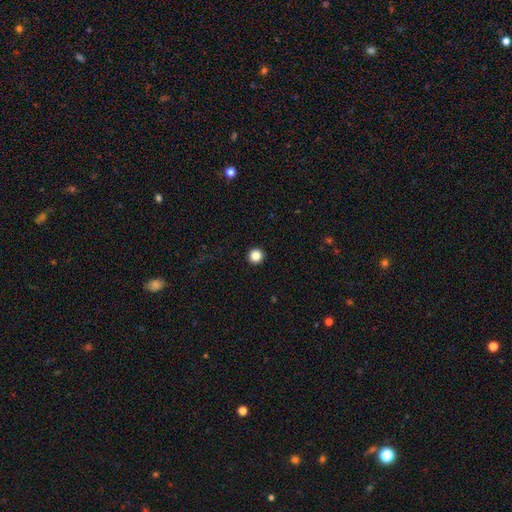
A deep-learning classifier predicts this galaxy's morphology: Smooth or featured? Predicted: smooth (p=0.86). How rounded? Predicted: round (p=0.96). Merging? Predicted: none (p=0.94).